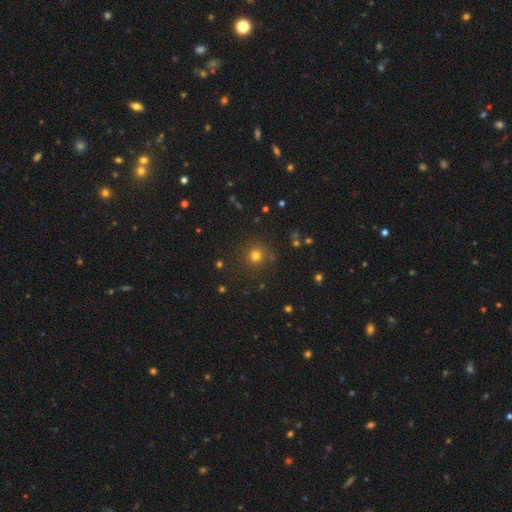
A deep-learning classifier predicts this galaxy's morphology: smooth-or-featured: smooth: 74% | star or artifact: 19% | featured or disk: 6%
  how-rounded: round: 94% | in between: 5% | cigar-shaped: 1%
  merging: none: 87% | minor disturbance: 8% | major disturbance: 3% | merger: 3%